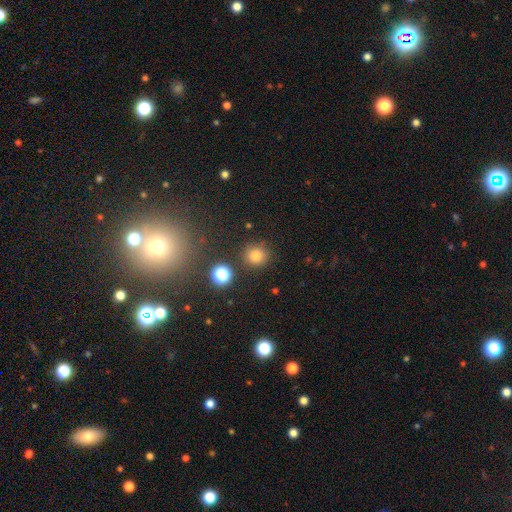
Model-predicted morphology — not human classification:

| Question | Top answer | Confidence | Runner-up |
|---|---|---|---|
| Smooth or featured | smooth | 77% | star or artifact (16%) |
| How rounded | round | 91% | in between (8%) |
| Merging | none | 86% | minor disturbance (8%) |